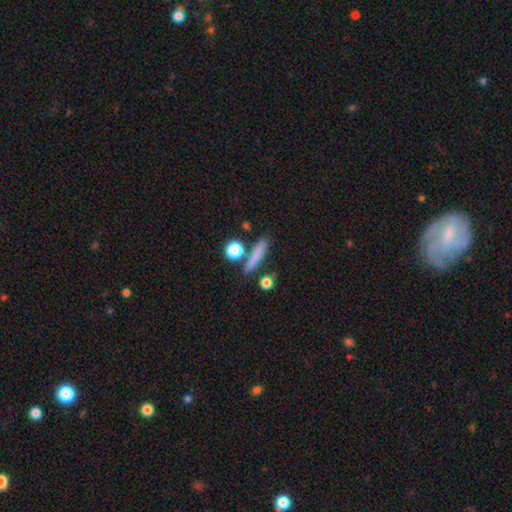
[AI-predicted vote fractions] Smooth or featured: smooth — 76% (featured or disk — 14%)
How rounded: cigar-shaped — 74% (in between — 14%)
Merging: none — 78% (minor disturbance — 10%)